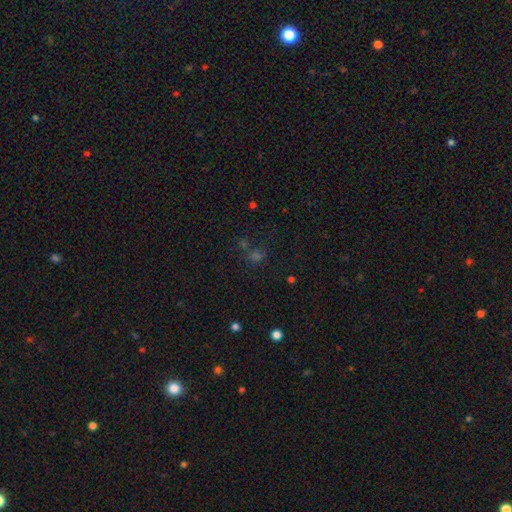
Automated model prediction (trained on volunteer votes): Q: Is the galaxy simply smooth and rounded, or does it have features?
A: star or artifact — 47%.